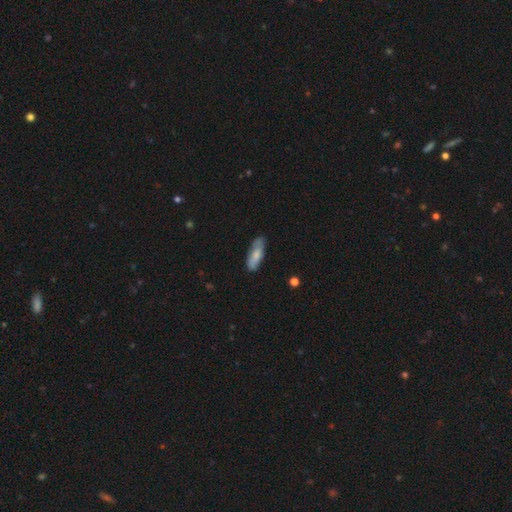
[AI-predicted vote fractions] This is likely a smooth galaxy (72%). How rounded: possibly in between (58%). Merging: likely none (77%).